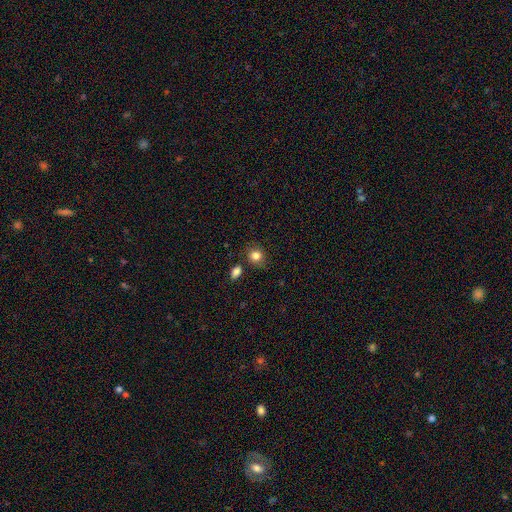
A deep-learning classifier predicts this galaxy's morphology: type=smooth (83%); roundness=round (71%); merging=none (75%).